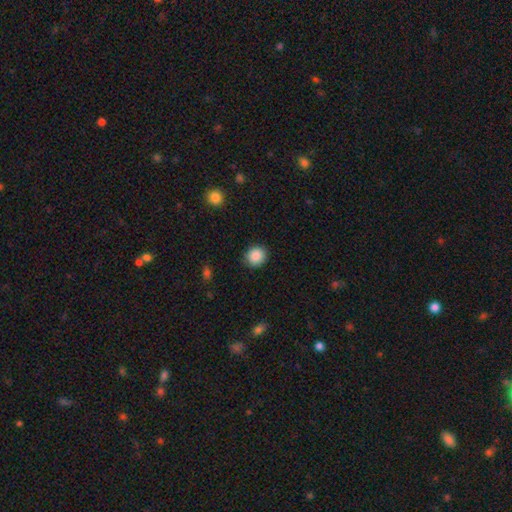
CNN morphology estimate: Overall: smooth (89%). How rounded: round (85%). Merging: none (89%).